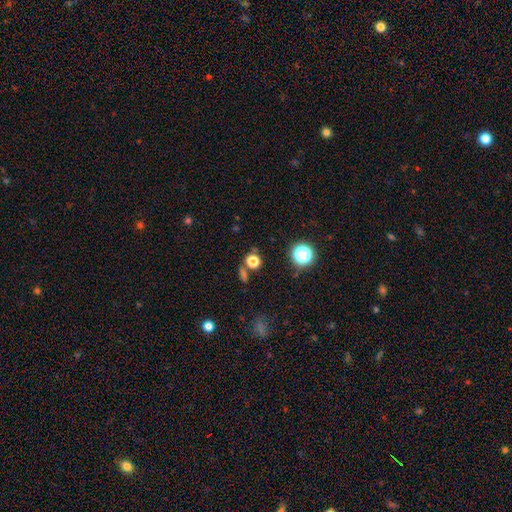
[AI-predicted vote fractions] Smooth or featured? smooth (52%)
How rounded? round (84%)
Merging? none (75%)